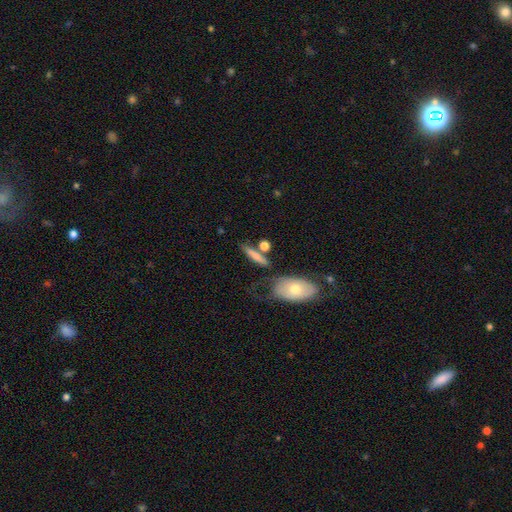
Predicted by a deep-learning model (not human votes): Q: Smooth or featured?
A: smooth (68%); runner-up: featured or disk (24%)
Q: How rounded?
A: cigar-shaped (68%); runner-up: in between (24%)
Q: Merging?
A: none (60%); runner-up: merger (18%)